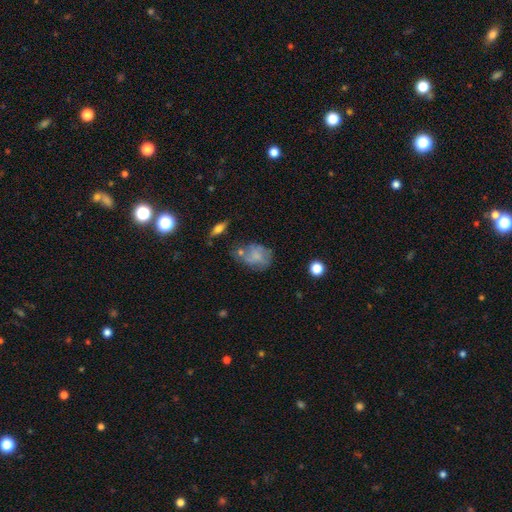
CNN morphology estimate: Smooth or featured? Predicted: smooth (p=0.59). How rounded? Predicted: in between (p=0.69). Merging? Predicted: none (p=0.42).